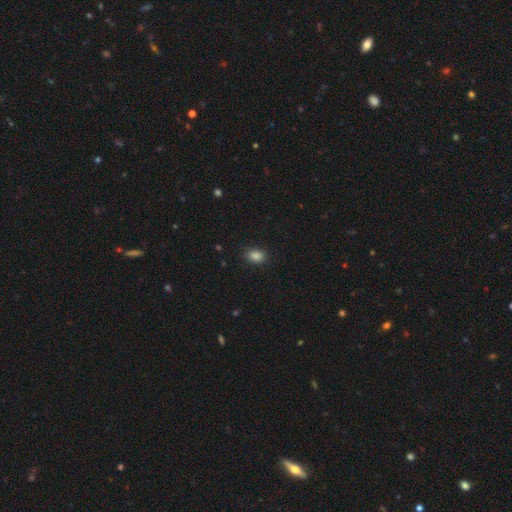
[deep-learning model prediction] Overall: smooth (86%). How rounded: in between (72%). Merging: none (87%).